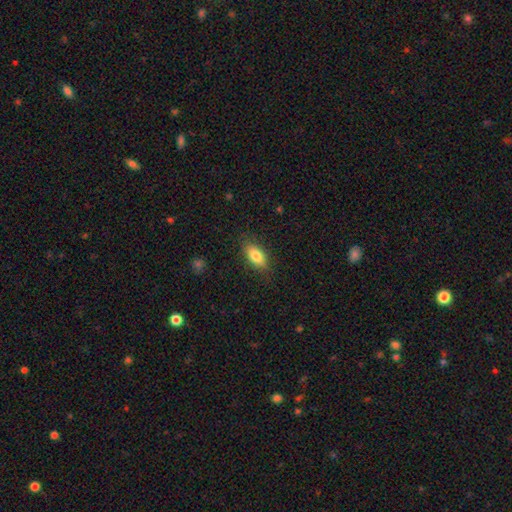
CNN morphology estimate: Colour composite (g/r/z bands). It shows a smooth galaxy with no disk features (80%) that is in between round and cigar-shaped (86%). Merging: none (84%).